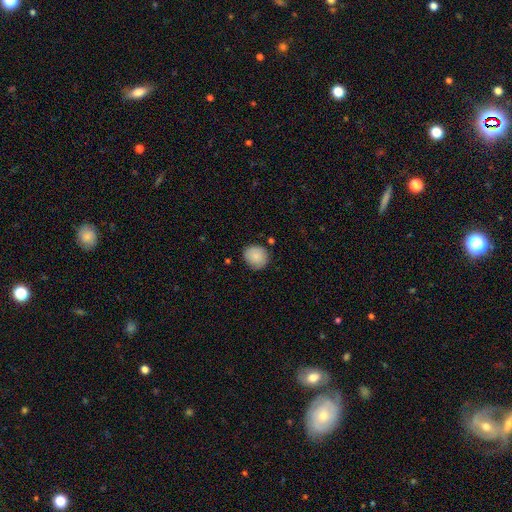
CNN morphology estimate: Smooth or featured?
  - smooth: 87% *
  - star or artifact: 7%
  - featured or disk: 6%
How rounded?
  - round: 83% *
  - in between: 16%
  - cigar-shaped: 1%
Merging?
  - none: 83% *
  - minor disturbance: 13%
  - major disturbance: 3%
  - merger: 2%